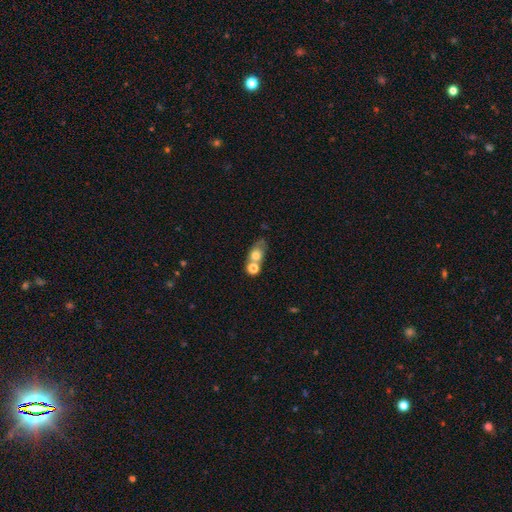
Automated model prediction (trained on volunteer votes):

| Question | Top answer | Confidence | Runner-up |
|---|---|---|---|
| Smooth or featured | smooth | 63% | featured or disk (27%) |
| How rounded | in between | 55% | round (40%) |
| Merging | merger | 49% | none (33%) |